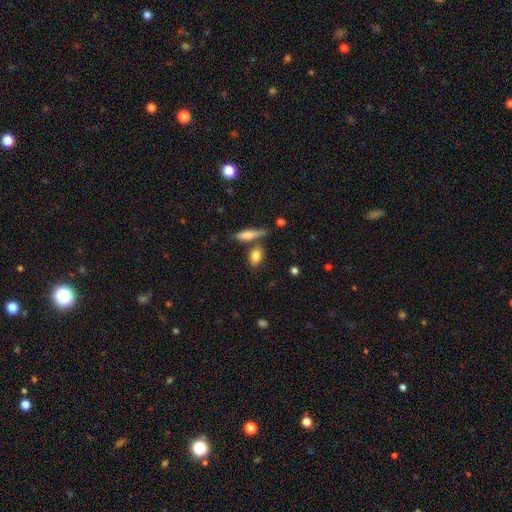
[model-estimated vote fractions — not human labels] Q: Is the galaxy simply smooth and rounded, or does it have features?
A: smooth — 82%.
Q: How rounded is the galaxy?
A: in between — 70%.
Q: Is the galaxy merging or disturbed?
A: none — 67%.